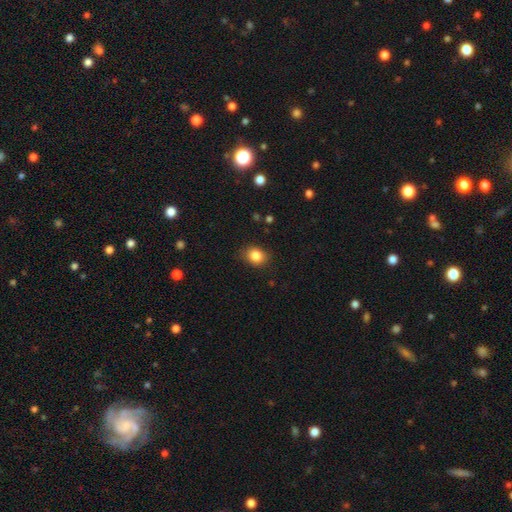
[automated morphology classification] A smooth galaxy with no disk features (85%) that is round (56%). Merging: none (84%).